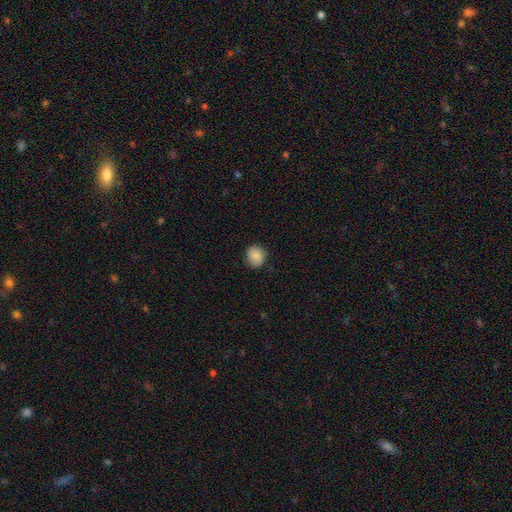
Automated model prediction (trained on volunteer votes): smooth-or-featured: smooth: 87% | star or artifact: 8% | featured or disk: 5%
  how-rounded: round: 72% | in between: 27% | cigar-shaped: 1%
  merging: none: 84% | minor disturbance: 13% | major disturbance: 3% | merger: 1%